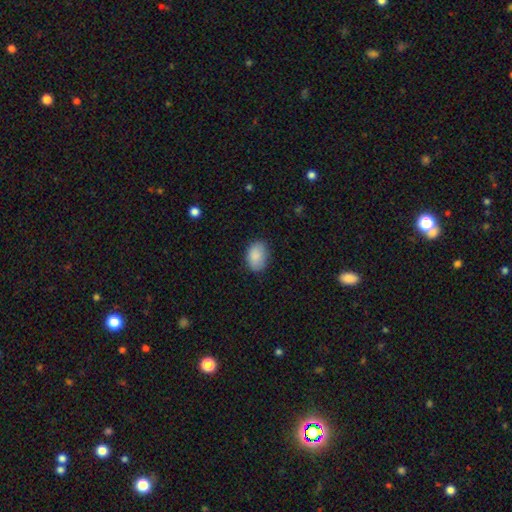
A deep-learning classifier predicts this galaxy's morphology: smooth_or_featured: smooth (p=0.88) [alt: star or artifact p=0.07]
how_rounded: in between (p=0.82) [alt: round p=0.17]
merging: none (p=0.81) [alt: minor disturbance p=0.15]